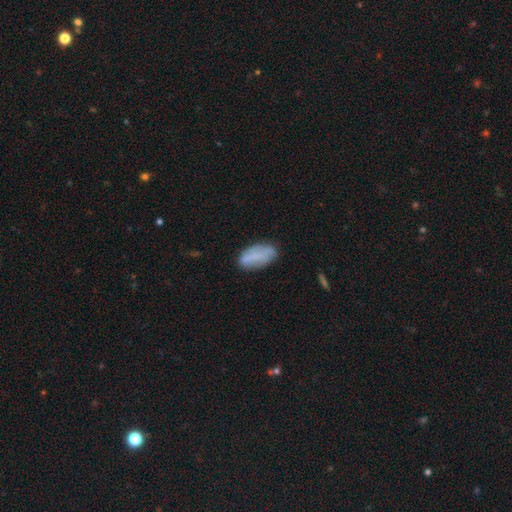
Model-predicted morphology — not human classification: A smooth galaxy with no disk features (70%) that is in between round and cigar-shaped (91%).

Vote fractions:
- Smooth or featured? smooth: 70% / featured or disk: 22% / star or artifact: 8%
- How rounded? in between: 91% / cigar-shaped: 7% / round: 3%
- Merging? none: 65% / minor disturbance: 25% / major disturbance: 7% / merger: 3%